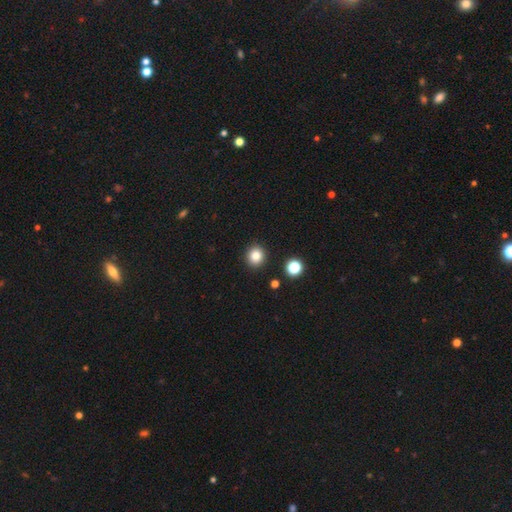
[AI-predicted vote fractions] Smooth or featured?
  - smooth: 83% *
  - star or artifact: 12%
  - featured or disk: 5%
How rounded?
  - round: 87% *
  - in between: 12%
  - cigar-shaped: 1%
Merging?
  - none: 91% *
  - minor disturbance: 5%
  - merger: 2%
  - major disturbance: 2%